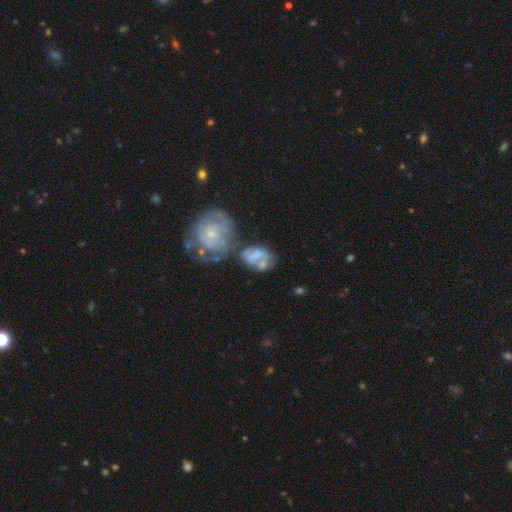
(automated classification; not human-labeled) This is possibly a featured or disk galaxy (52%). It is clearly not viewed edge-on (97%). Bar: likely no (71%). Spiral arm pattern: possibly no (59%). Central bulge: marginally none (43%). Merging: marginally merger (37%).